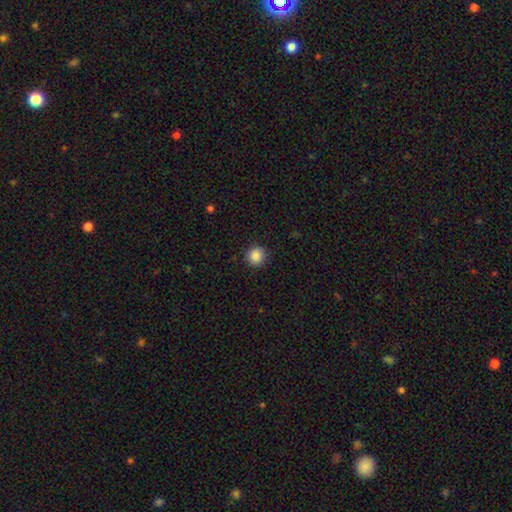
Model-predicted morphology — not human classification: This appears to be a smooth galaxy with no disk features (87%) that is round (93%). Merging: none (90%).